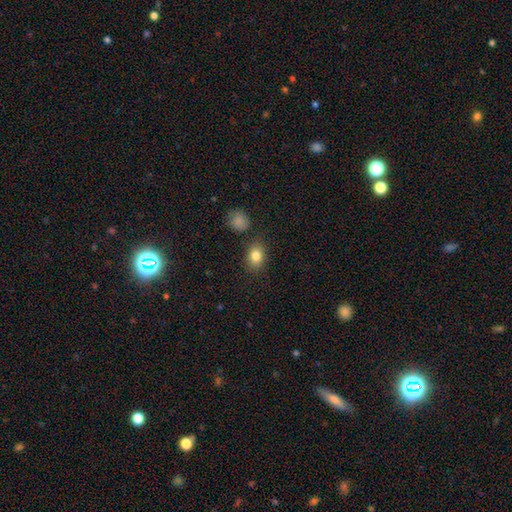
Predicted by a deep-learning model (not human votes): The model was most divided on "how rounded": in between: 69%, round: 29%, cigar-shaped: 1%. More confident: smooth or featured — smooth (82%); merging — none (81%).